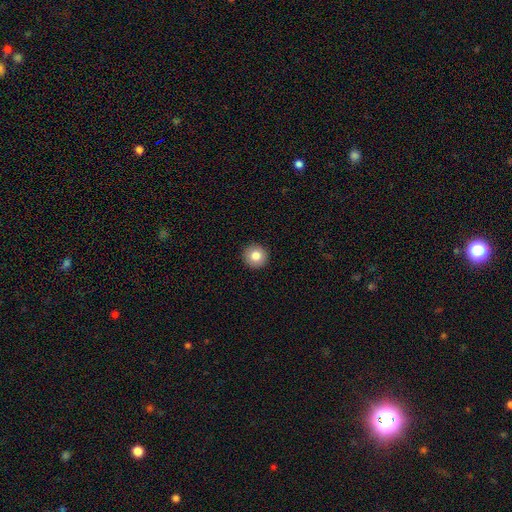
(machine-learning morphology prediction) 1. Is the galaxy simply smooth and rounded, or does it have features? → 82% smooth, 9% star or artifact, 9% featured or disk.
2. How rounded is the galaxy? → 95% round, 4% in between, 1% cigar-shaped.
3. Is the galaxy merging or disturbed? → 93% none, 4% minor disturbance, 1% major disturbance, 1% merger.